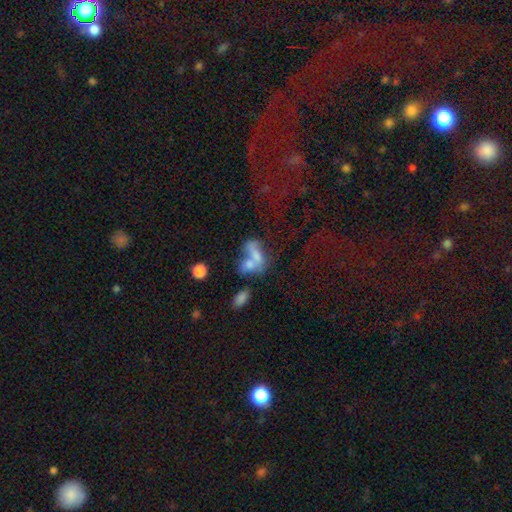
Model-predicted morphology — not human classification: smooth_or_featured: smooth (p=0.56) [alt: featured or disk p=0.28]
how_rounded: in between (p=0.73) [alt: round p=0.17]
merging: merger (p=0.59) [alt: none p=0.23]